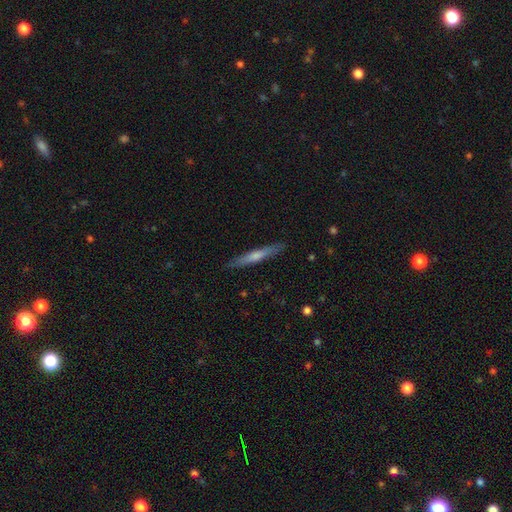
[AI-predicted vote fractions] A smooth galaxy with no disk features (47%, tied with featured or disk).

Vote fractions:
- Smooth or featured? smooth: 47% (tied) / featured or disk: 47% (tied) / star or artifact: 6%
- Merging? none: 90% / minor disturbance: 7% / major disturbance: 1% / merger: 1%